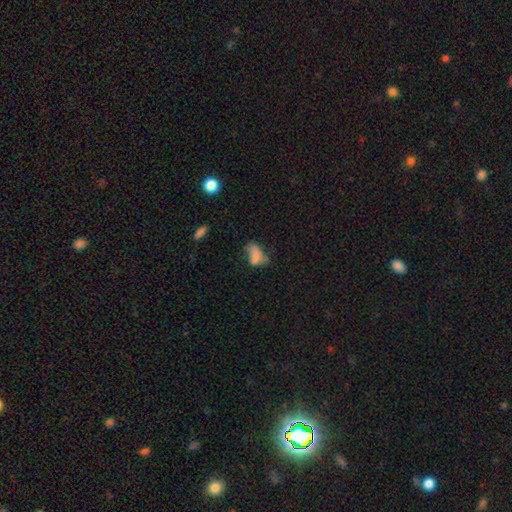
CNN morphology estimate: Smooth or featured?
  - smooth: 69% *
  - featured or disk: 18%
  - star or artifact: 13%
How rounded?
  - in between: 89% *
  - round: 7%
  - cigar-shaped: 4%
Merging?
  - major disturbance: 32% *
  - minor disturbance: 28%
  - none: 28%
  - merger: 12%